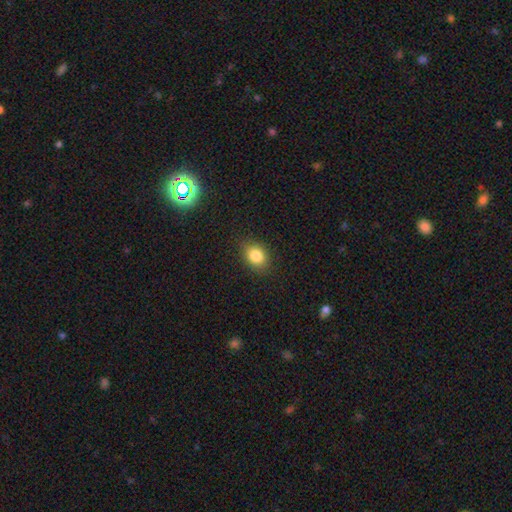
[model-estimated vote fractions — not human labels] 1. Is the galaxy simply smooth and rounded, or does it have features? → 83% smooth, 10% star or artifact, 6% featured or disk.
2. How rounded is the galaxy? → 55% in between, 44% round, 1% cigar-shaped.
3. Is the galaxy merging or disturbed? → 85% none, 11% minor disturbance, 3% major disturbance, 1% merger.